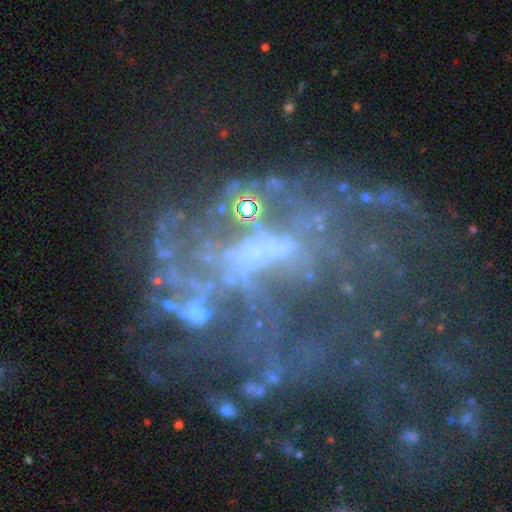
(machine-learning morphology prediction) The model was most divided on "spiral arms": no: 55%, yes: 45%. Remaining: edge-on disk — no (97%); smooth or featured — featured or disk (71%); bar — no (51%); merging — major disturbance (46%); bulge size — none (43%).